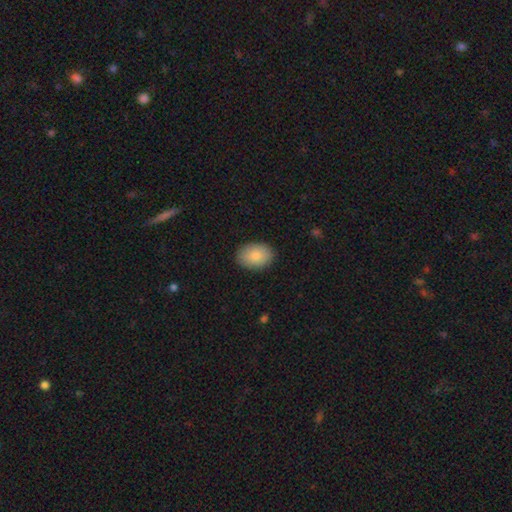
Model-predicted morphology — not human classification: smooth-or-featured: smooth: 85% | featured or disk: 8% | star or artifact: 7%
  how-rounded: in between: 78% | round: 21% | cigar-shaped: 1%
  merging: none: 88% | minor disturbance: 9% | major disturbance: 2% | merger: 1%